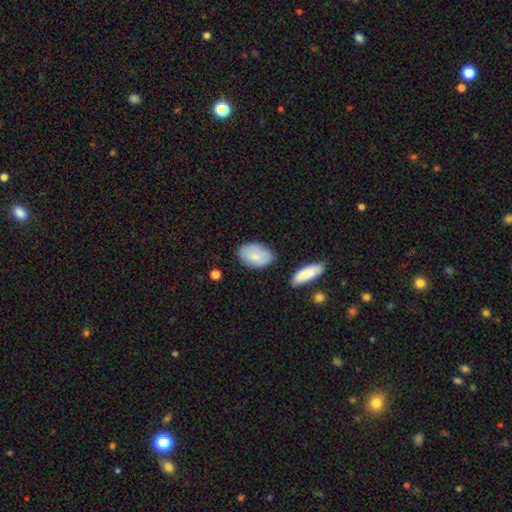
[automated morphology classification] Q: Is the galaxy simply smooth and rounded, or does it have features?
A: smooth — 81%.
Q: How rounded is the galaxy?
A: in between — 91%.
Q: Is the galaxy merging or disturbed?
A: none — 76%.